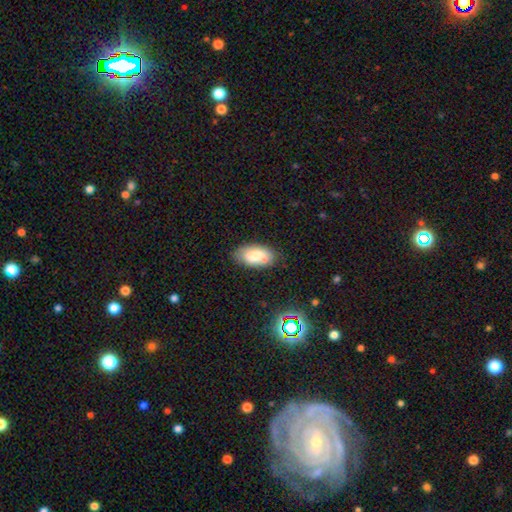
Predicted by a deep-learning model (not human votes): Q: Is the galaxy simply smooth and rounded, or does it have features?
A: smooth — 76%.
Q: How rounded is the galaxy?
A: in between — 94%.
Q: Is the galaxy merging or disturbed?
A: none — 75%.